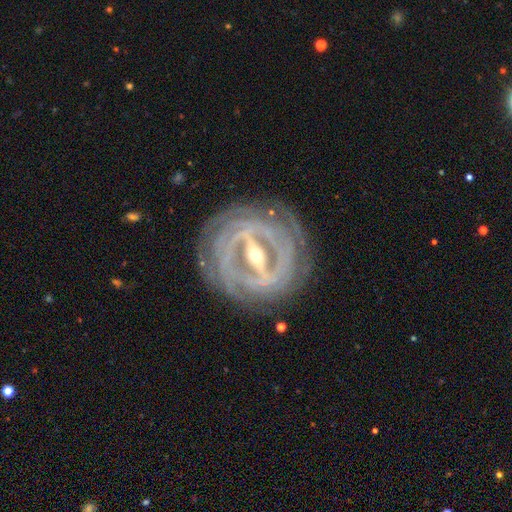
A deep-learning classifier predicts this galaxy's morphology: Smooth or featured? featured or disk (91%)
Edge-on disk? no (88%)
Bar? strong (81%)
Spiral arms? yes (91%)
Spiral winding? tight (83%)
Spiral arm count? can't tell (31%)
Bulge size? moderate (54%)
Merging? none (81%)